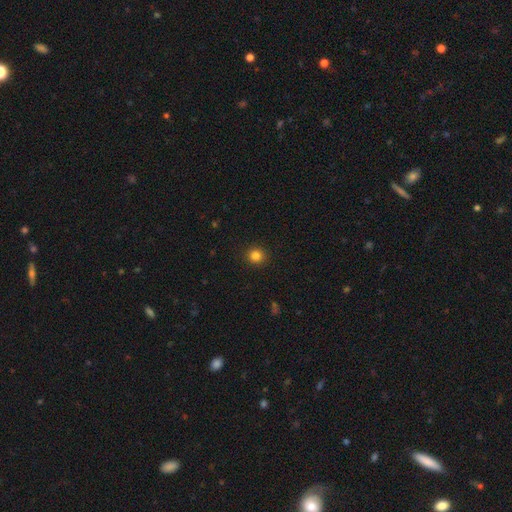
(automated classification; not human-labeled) smooth 83%, star or artifact 12%, featured or disk 5%. Down the decision tree: how rounded — round (91%); merging — none (92%).